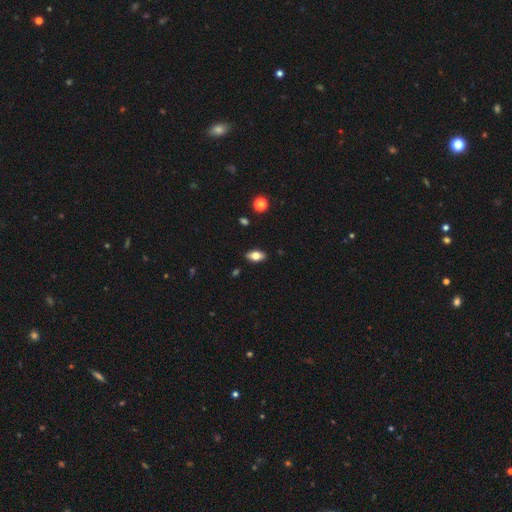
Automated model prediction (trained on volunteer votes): smooth_or_featured: smooth (p=0.74) [alt: featured or disk p=0.18]
how_rounded: in between (p=0.89) [alt: cigar-shaped p=0.06]
merging: none (p=0.88) [alt: minor disturbance p=0.09]